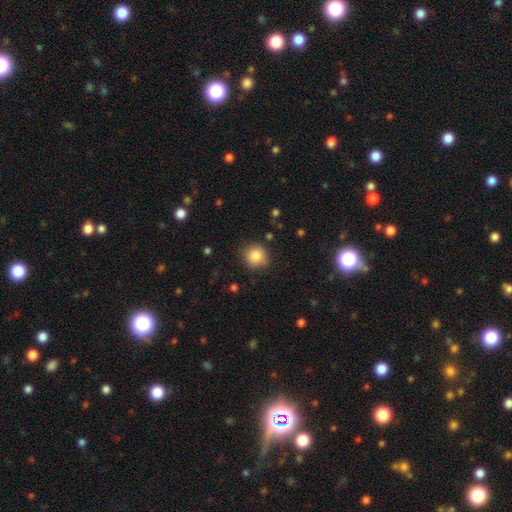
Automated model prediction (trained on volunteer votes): A smooth galaxy with no disk features (85%) that is round (91%). Merging: none (83%).